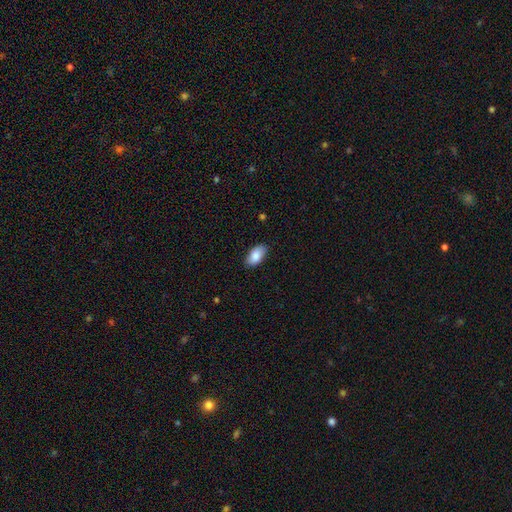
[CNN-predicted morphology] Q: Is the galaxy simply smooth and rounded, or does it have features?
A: smooth — 87%.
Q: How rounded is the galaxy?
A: in between — 94%.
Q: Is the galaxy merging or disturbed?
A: none — 86%.